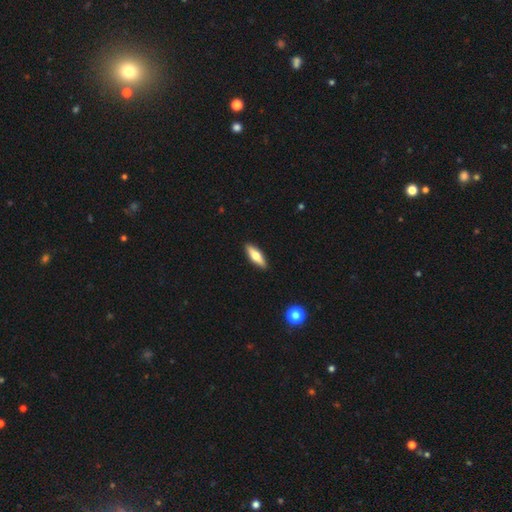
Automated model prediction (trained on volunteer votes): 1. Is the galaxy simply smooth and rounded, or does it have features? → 57% smooth, 37% featured or disk, 6% star or artifact.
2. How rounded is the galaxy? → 54% cigar-shaped, 44% in between, 2% round.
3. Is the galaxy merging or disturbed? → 91% none, 7% minor disturbance, 1% major disturbance, 1% merger.